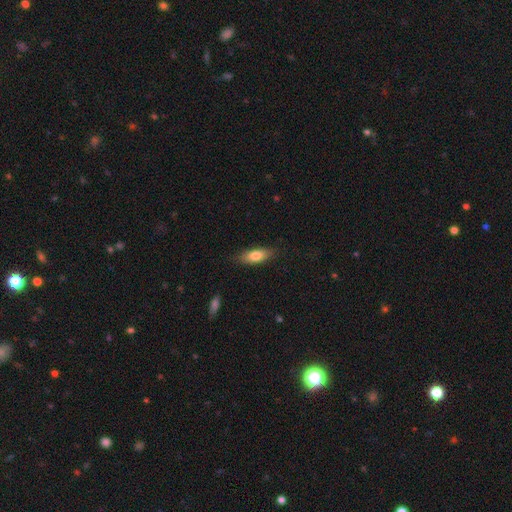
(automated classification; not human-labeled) Overall: smooth (76%). How rounded: in between (68%; cigar-shaped 29%). Merging: none (82%).